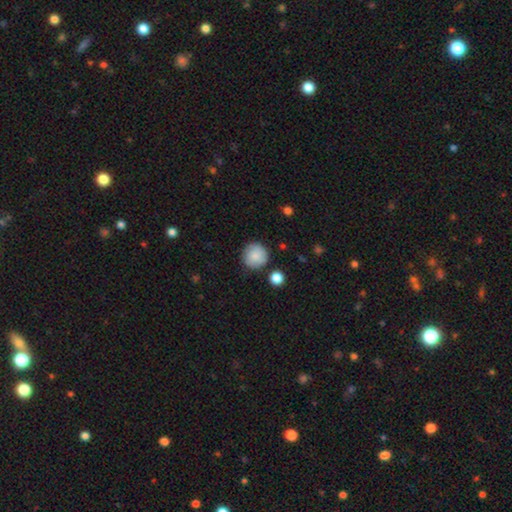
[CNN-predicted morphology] type=smooth (84%); roundness=round (94%); merging=none (82%).